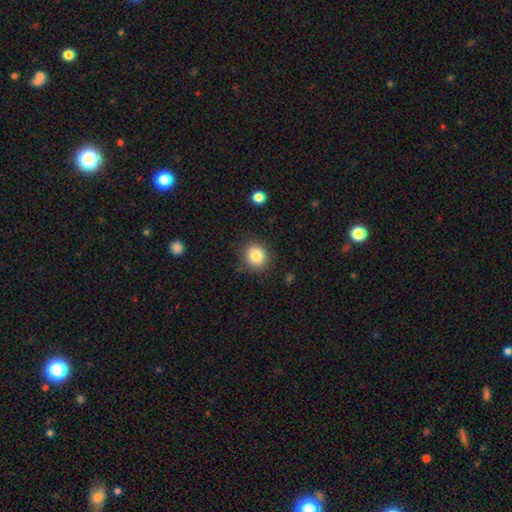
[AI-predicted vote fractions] Q: Smooth or featured?
A: smooth (83%); runner-up: star or artifact (10%)
Q: How rounded?
A: round (82%); runner-up: in between (17%)
Q: Merging?
A: none (85%); runner-up: minor disturbance (11%)